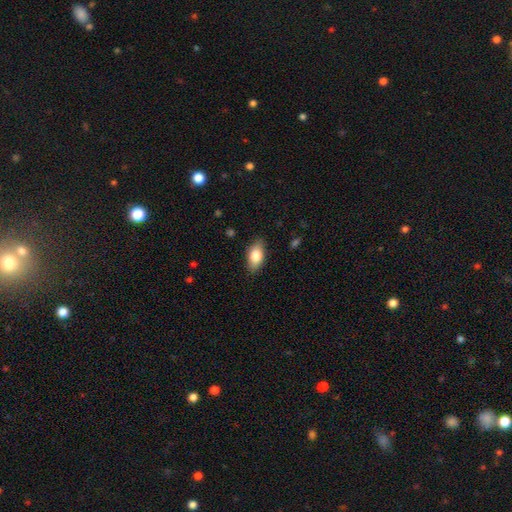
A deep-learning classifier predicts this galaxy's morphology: This appears to be a smooth galaxy with no disk features (81%) that is in between round and cigar-shaped (90%). Merging: none (86%).